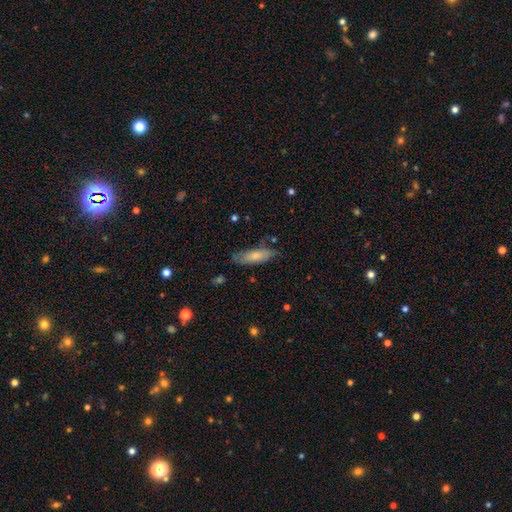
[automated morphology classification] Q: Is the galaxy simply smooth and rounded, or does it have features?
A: smooth — 72%.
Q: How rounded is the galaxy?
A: in between — 49%, tied with cigar-shaped.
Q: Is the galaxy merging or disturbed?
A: none — 66%.